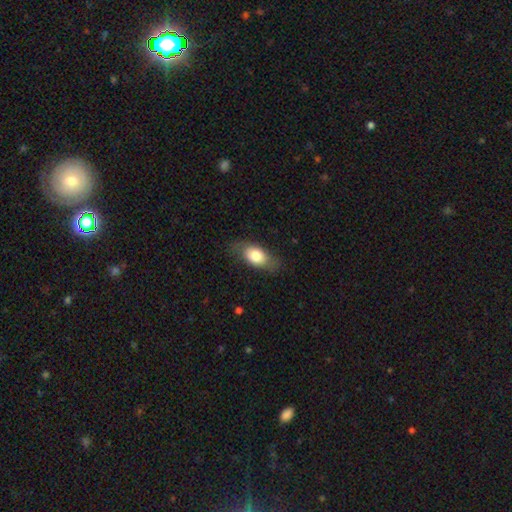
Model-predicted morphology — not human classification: Smooth or featured: smooth — 75% (featured or disk — 19%)
How rounded: in between — 85% (round — 9%)
Merging: none — 75% (minor disturbance — 18%)